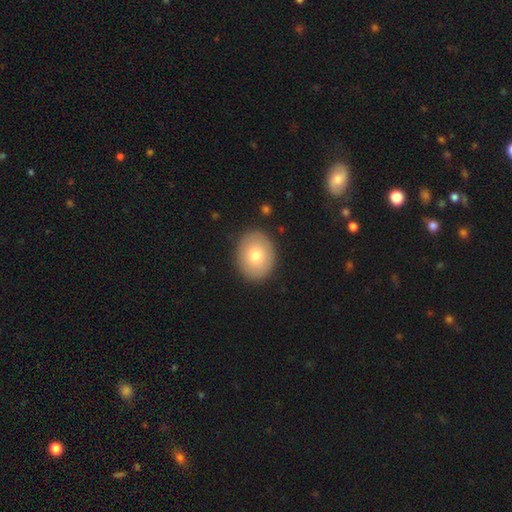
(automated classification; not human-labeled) Overall: smooth (76%). How rounded: round (50%; in between 49%). Merging: none (88%).